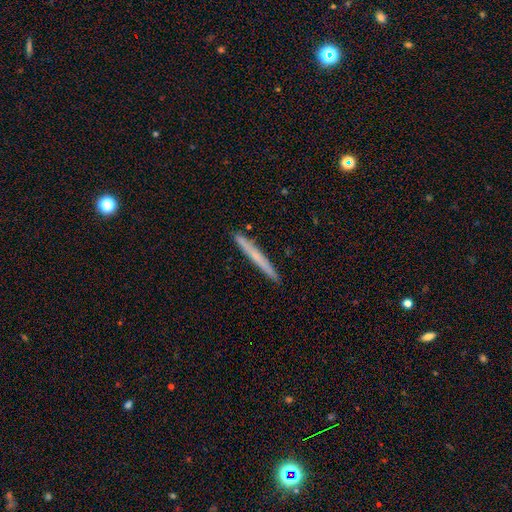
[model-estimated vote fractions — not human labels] Smooth or featured?
  - smooth: 56% *
  - featured or disk: 37%
  - star or artifact: 6%
How rounded?
  - cigar-shaped: 97% *
  - in between: 2%
  - round: 1%
Merging?
  - none: 92% *
  - minor disturbance: 5%
  - merger: 1%
  - major disturbance: 1%